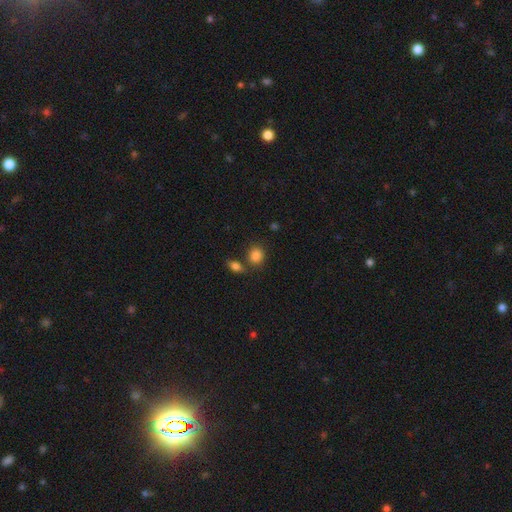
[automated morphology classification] Smooth or featured: smooth — 85% (star or artifact — 9%)
How rounded: round — 65% (in between — 33%)
Merging: none — 66% (merger — 19%)